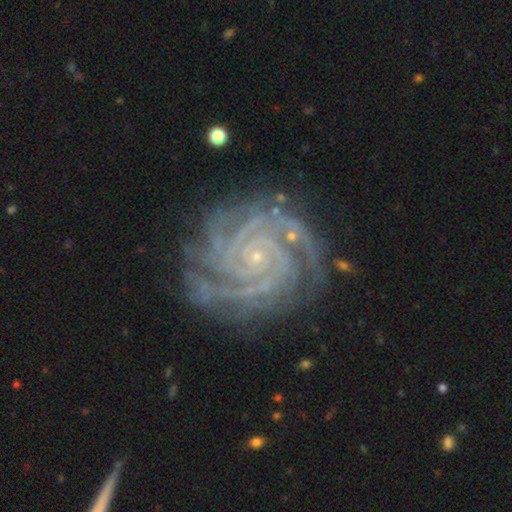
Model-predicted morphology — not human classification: type=featured or disk (92%); edge-on=no (98%); bar=no (75%); spiral arms=yes (99%); winding=tight (84%); arm count=4 (28%); bulge=small (89%); merging=none (79%).